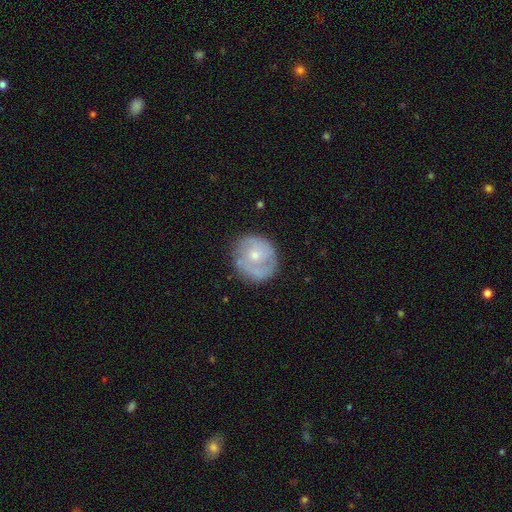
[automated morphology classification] smooth_or_featured: featured or disk (p=0.54) [alt: smooth p=0.39]
disk_edge_on: no (p=0.97) [alt: yes p=0.03]
bar: no (p=0.75) [alt: weak p=0.21]
has_spiral_arms: yes (p=0.61) [alt: no p=0.39]
bulge_size: small (p=0.56) [alt: moderate p=0.39]
merging: none (p=0.72) [alt: minor disturbance p=0.19]